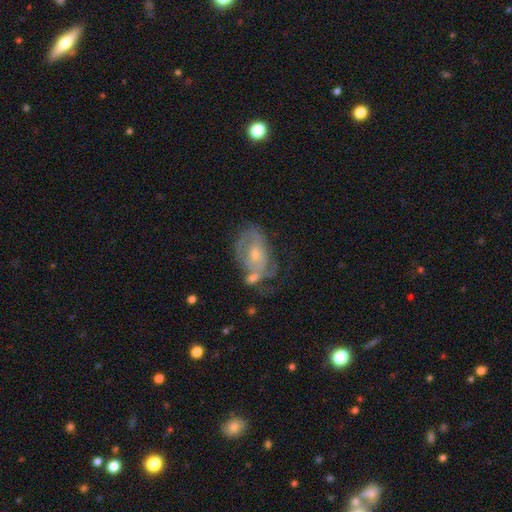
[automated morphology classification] A featured or disk galaxy (72%) with no bar (68%), tight (46%) spiral arms (78%) and a small central bulge (51%).

Vote fractions:
- Smooth or featured? featured or disk: 72% / smooth: 21% / star or artifact: 7%
- Edge-on disk? no: 96% / yes: 4%
- Bar? no: 68% / weak: 27% / strong: 5%
- Spiral arms? yes: 78% / no: 22%
- Spiral winding? tight: 46% / medium: 38% / loose: 17%
- Spiral arm count? can't tell: 39% / 2: 38% / 1: 10% / 3: 8% / 4: 3% / more than 4: 2%
- Bulge size? small: 51% / moderate: 42% / none: 3% / large: 3% / dominant: 1%
- Merging? none: 37% / minor disturbance: 23% / major disturbance: 22% / merger: 18%